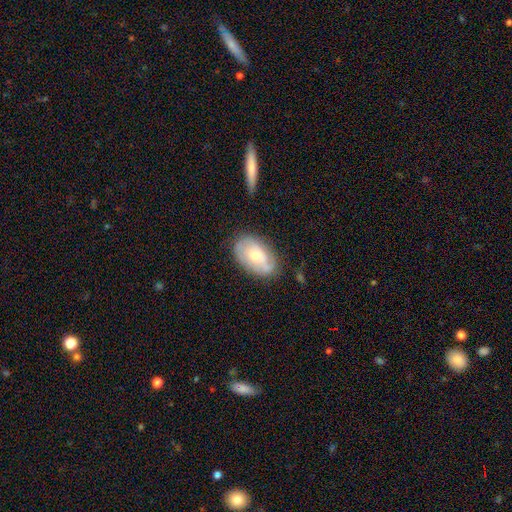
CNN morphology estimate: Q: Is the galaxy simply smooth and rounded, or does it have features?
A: featured or disk — 47%.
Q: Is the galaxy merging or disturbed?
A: none — 70%.